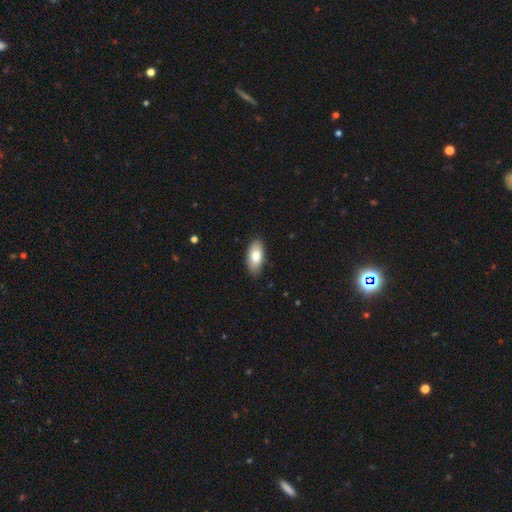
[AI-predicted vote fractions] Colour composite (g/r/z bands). It shows a smooth galaxy with no disk features (76%) that is in between round and cigar-shaped (91%). Merging: none (85%).